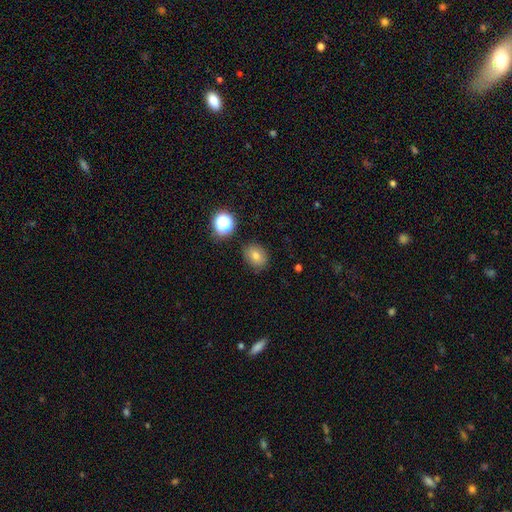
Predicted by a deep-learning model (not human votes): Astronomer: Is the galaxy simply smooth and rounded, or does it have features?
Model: smooth — 75%.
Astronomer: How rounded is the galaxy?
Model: round — 53% (runner-up: in between, 46%).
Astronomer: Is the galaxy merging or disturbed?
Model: none — 83%.